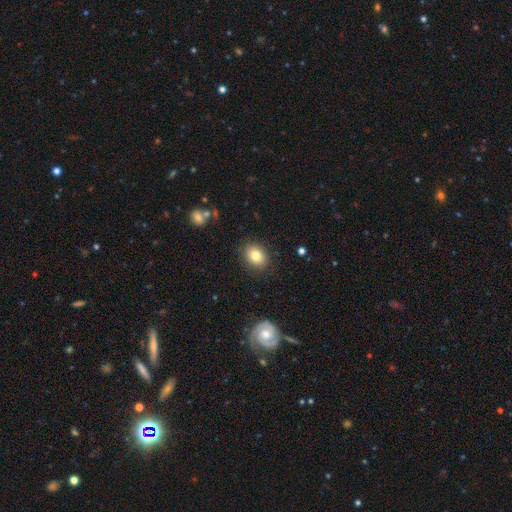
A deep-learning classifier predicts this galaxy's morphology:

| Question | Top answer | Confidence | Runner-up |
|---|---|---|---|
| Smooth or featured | smooth | 80% | star or artifact (10%) |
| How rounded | in between | 54% | round (45%) |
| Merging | none | 86% | minor disturbance (10%) |